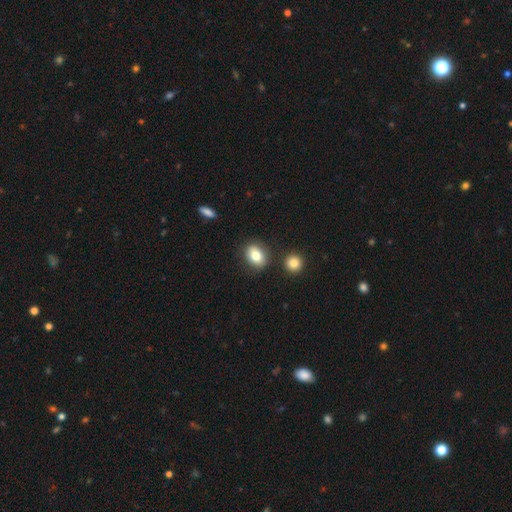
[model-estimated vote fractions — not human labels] This appears to be a smooth galaxy with no disk features (81%) that is in between round and cigar-shaped (67%). Merging: none (80%).